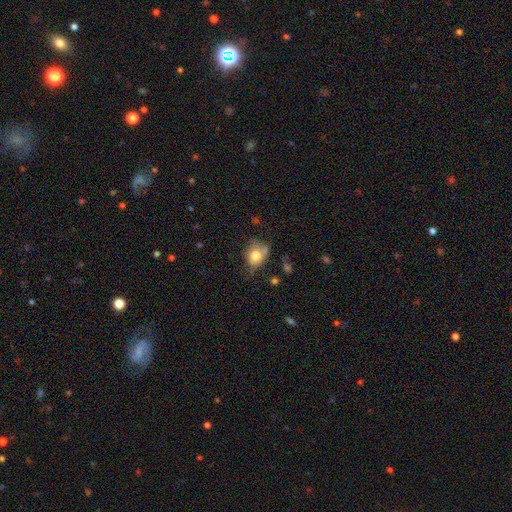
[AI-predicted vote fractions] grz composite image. It shows a smooth galaxy with no disk features (76%) that is round (53%). Merging: none (44%).